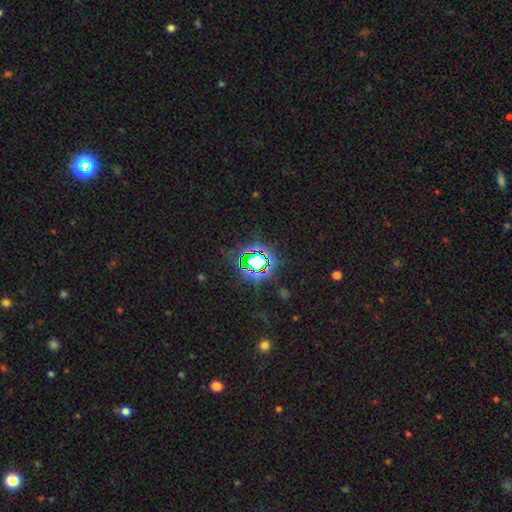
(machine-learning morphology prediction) Overall: star or artifact (80%).